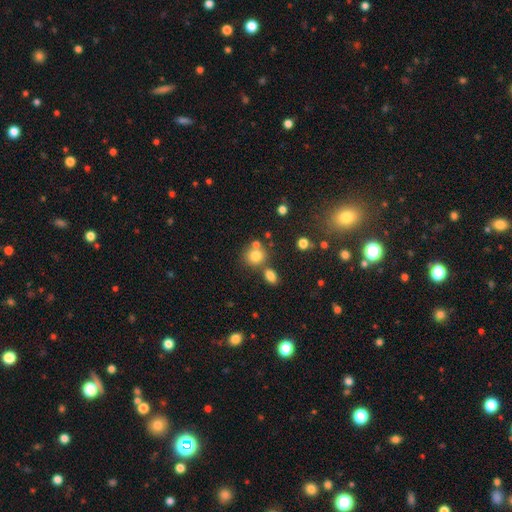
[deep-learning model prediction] Smooth or featured? Predicted: smooth (p=0.77). How rounded? Predicted: round (p=0.81). Merging? Predicted: none (p=0.60).